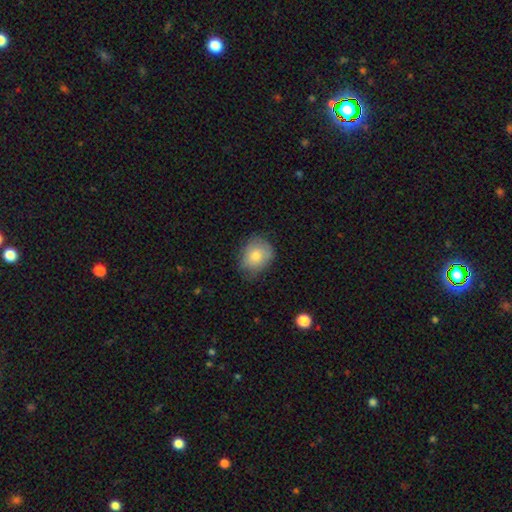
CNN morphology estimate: smooth 79%, featured or disk 14%, star or artifact 8%. Down the decision tree: how rounded — round (59%); merging — none (66%).